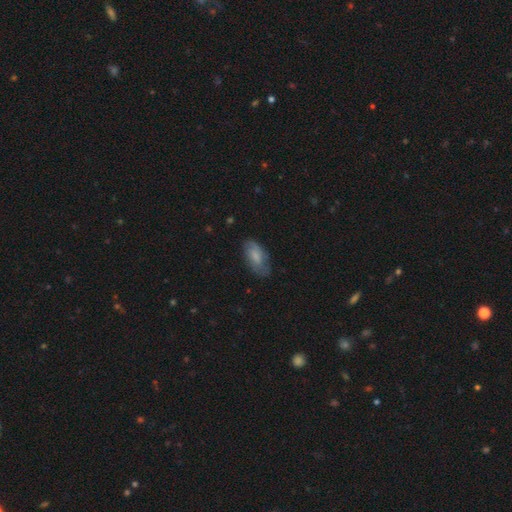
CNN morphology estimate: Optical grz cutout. It shows a smooth galaxy with no disk features (62%) that is in between round and cigar-shaped (90%). Merging: none (70%).